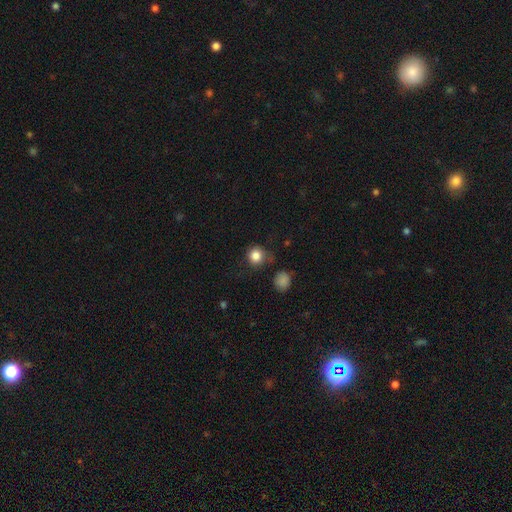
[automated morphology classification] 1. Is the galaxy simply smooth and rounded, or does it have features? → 84% smooth, 11% star or artifact, 5% featured or disk.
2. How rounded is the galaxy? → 90% round, 9% in between, 1% cigar-shaped.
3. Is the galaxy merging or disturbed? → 73% none, 17% minor disturbance, 6% major disturbance, 4% merger.